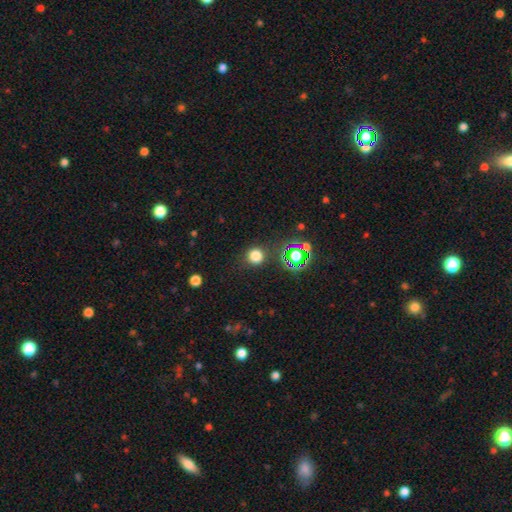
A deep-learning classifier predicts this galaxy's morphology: Overall: smooth (75%). How rounded: round (91%). Merging: none (86%).